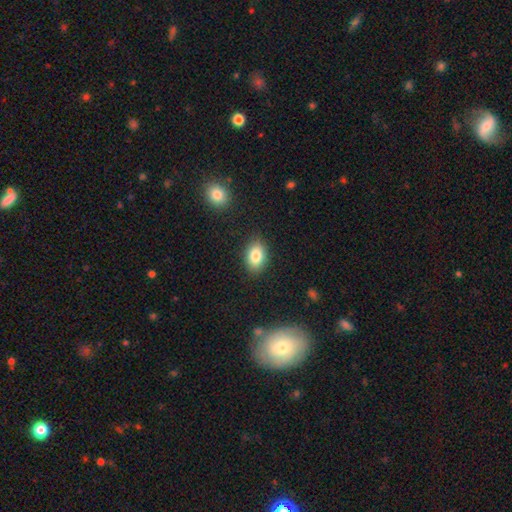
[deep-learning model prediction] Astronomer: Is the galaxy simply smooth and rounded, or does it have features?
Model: smooth — 83%.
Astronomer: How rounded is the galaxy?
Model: in between — 84%.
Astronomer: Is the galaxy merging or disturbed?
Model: none — 86%.